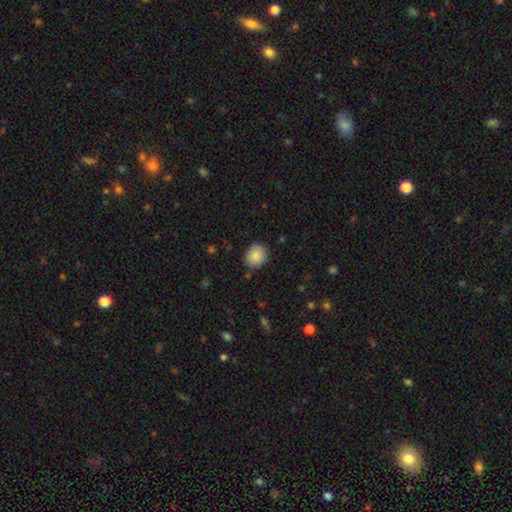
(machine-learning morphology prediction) smooth_or_featured: smooth (p=0.86) [alt: star or artifact p=0.08]
how_rounded: round (p=0.77) [alt: in between p=0.22]
merging: none (p=0.83) [alt: minor disturbance p=0.13]